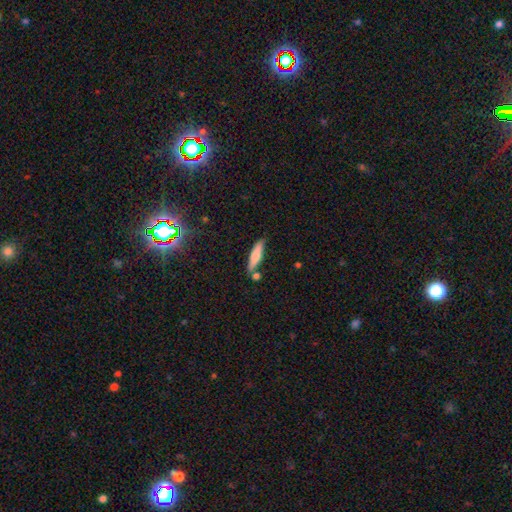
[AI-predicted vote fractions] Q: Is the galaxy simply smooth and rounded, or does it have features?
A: smooth — 63%.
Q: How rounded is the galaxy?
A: cigar-shaped — 77%.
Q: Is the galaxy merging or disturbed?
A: none — 78%.